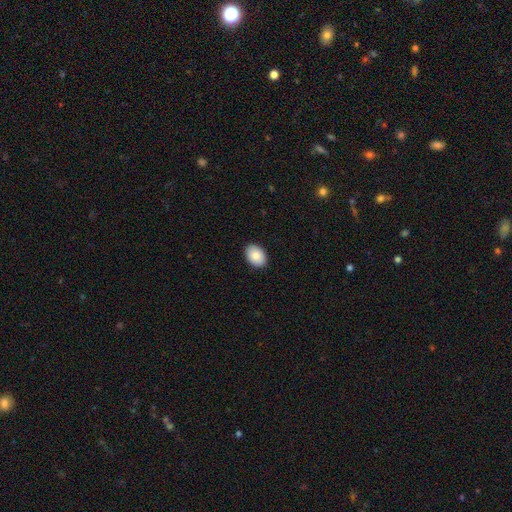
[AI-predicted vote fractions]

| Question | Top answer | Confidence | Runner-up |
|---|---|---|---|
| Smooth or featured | smooth | 86% | featured or disk (7%) |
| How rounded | in between | 80% | round (19%) |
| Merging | none | 91% | minor disturbance (7%) |